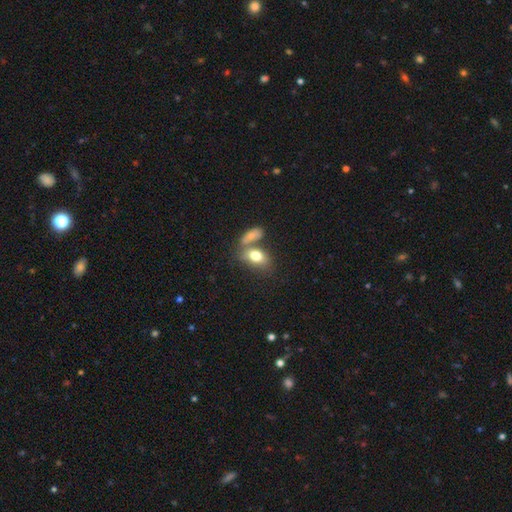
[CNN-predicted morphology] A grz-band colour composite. It shows a smooth galaxy with no disk features (76%) that is in between round and cigar-shaped (87%). Merging: merger (47%).